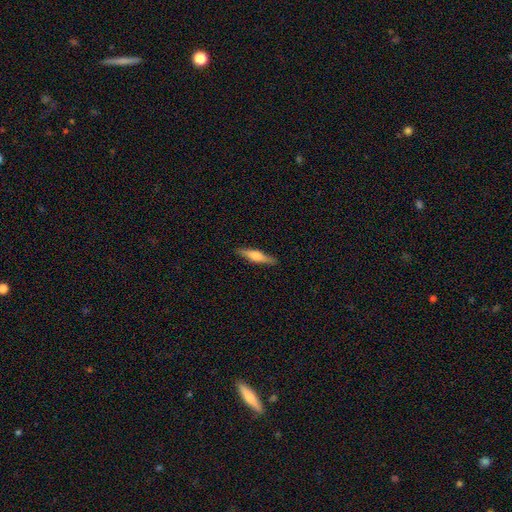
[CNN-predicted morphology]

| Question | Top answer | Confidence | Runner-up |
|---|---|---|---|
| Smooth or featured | featured or disk | 57% | smooth (37%) |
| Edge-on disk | yes | 96% | no (4%) |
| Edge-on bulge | rounded | 85% | boxy (10%) |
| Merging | none | 90% | minor disturbance (7%) |